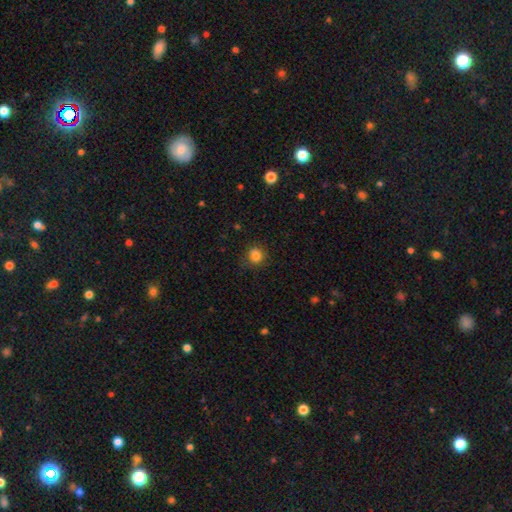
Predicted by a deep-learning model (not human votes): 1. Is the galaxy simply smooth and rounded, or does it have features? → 85% smooth, 11% star or artifact, 4% featured or disk.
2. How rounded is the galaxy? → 89% round, 10% in between, 1% cigar-shaped.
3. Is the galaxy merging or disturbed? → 85% none, 10% minor disturbance, 3% major disturbance, 1% merger.